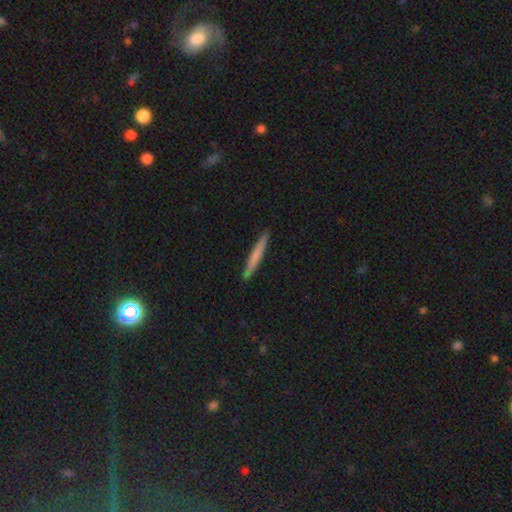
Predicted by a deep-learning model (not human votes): Smooth or featured: smooth — 66% (featured or disk — 28%)
How rounded: cigar-shaped — 97% (in between — 2%)
Merging: none — 92% (minor disturbance — 6%)